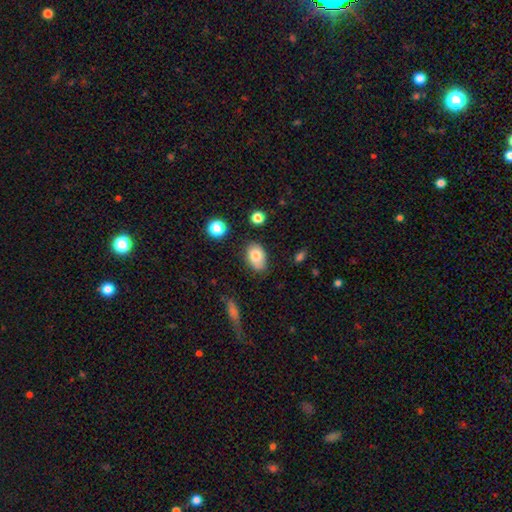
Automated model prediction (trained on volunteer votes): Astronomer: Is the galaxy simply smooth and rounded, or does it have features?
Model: smooth — 81%.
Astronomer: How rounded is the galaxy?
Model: in between — 87%.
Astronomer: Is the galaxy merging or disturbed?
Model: none — 75%.